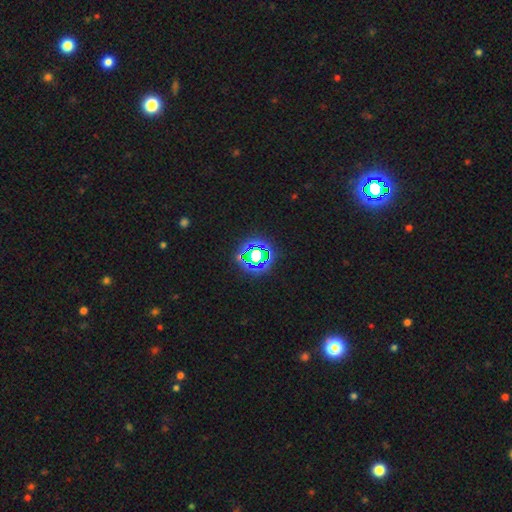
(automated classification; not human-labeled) Smooth or featured: star or artifact — 67% (smooth — 21%)